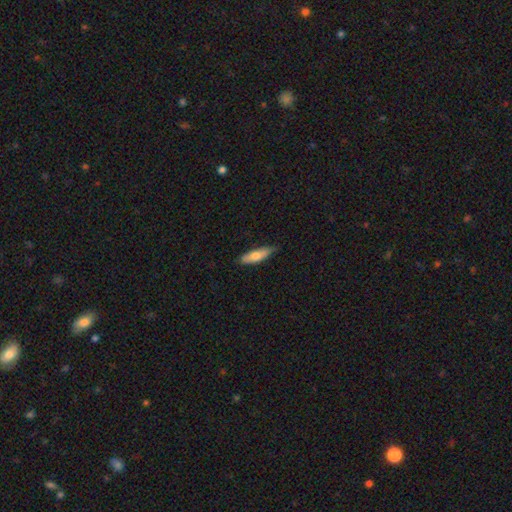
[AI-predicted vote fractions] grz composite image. It shows a smooth galaxy with no disk features (70%) that is cigar-shaped (57%). Merging: none (76%).